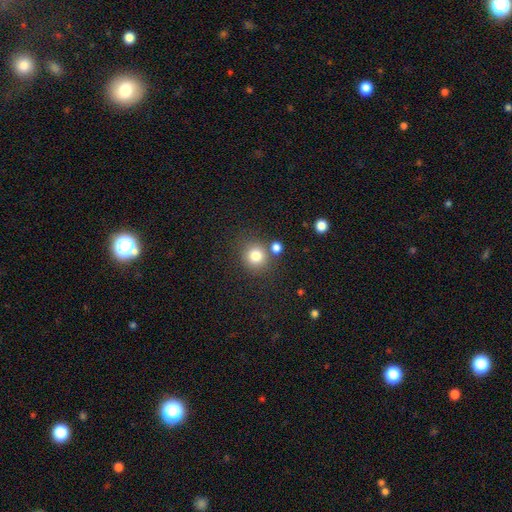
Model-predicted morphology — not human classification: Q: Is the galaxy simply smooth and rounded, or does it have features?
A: smooth — 81%.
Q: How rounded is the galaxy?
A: round — 88%.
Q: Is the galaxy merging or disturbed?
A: none — 74%.